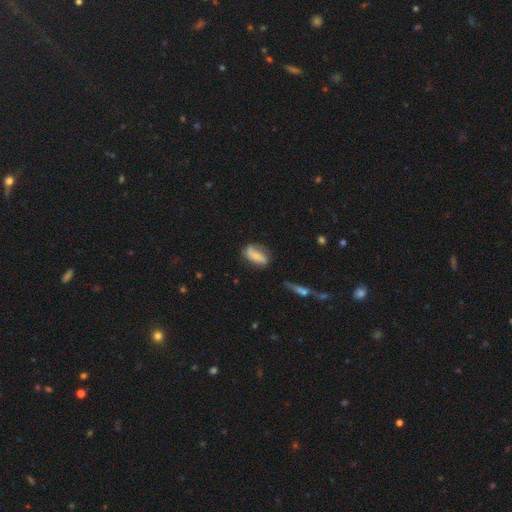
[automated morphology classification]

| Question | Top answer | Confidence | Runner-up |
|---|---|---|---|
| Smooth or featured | smooth | 52% | featured or disk (40%) |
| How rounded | in between | 83% | cigar-shaped (11%) |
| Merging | none | 57% | minor disturbance (29%) |